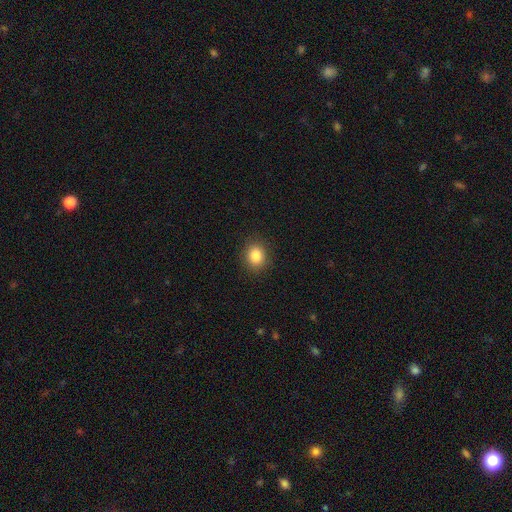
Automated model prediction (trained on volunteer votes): Overall: smooth (85%). How rounded: round (67%; in between 32%). Merging: none (89%).